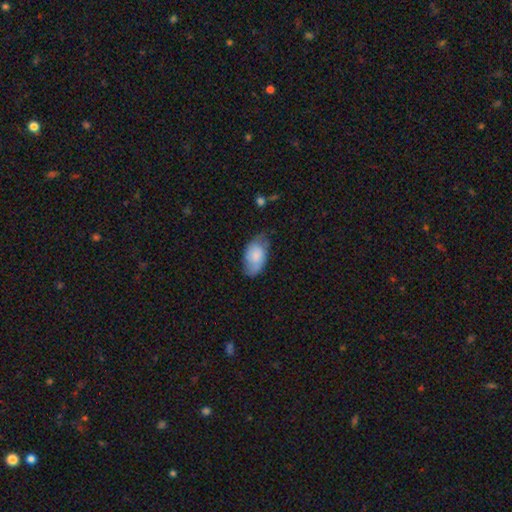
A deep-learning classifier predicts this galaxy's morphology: smooth 75%, featured or disk 18%, star or artifact 6%. Down the decision tree: how rounded — in between (94%); merging — none (57%).